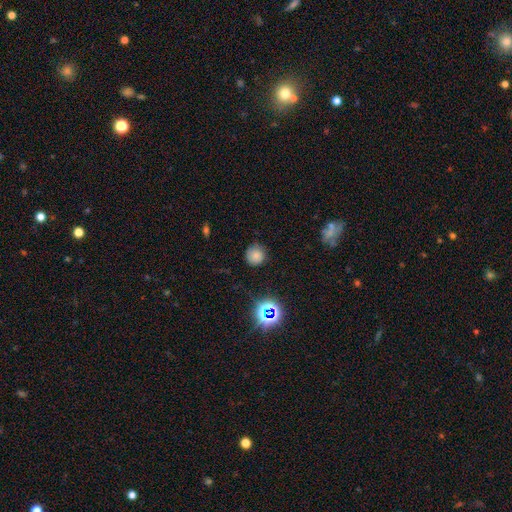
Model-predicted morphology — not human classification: smooth_or_featured: smooth (p=0.74) [alt: star or artifact p=0.18]
how_rounded: round (p=0.92) [alt: in between p=0.07]
merging: none (p=0.77) [alt: minor disturbance p=0.17]